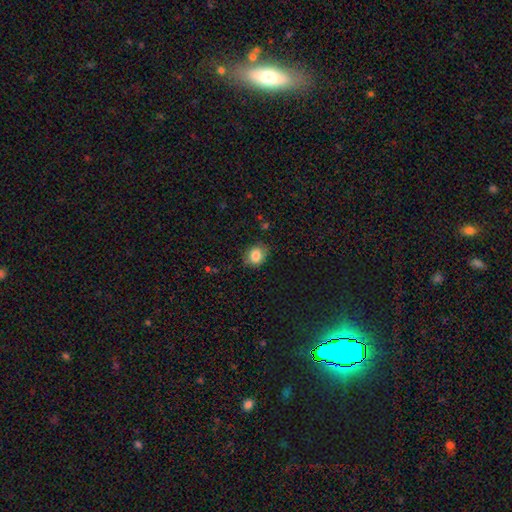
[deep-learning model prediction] smooth-or-featured: smooth: 84% | star or artifact: 10% | featured or disk: 6%
  how-rounded: round: 63% | in between: 36% | cigar-shaped: 1%
  merging: none: 82% | minor disturbance: 14% | major disturbance: 3% | merger: 1%